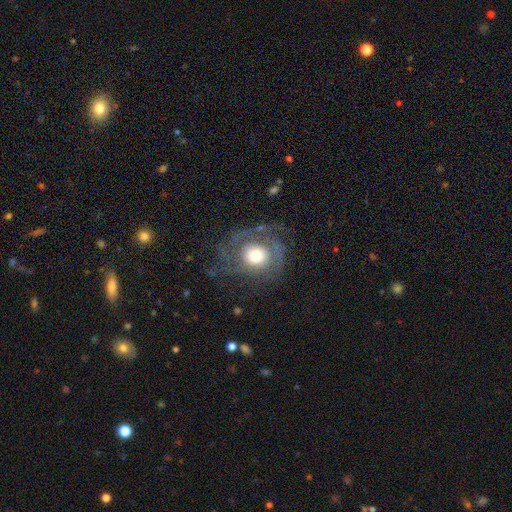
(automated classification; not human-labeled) Overall: featured or disk (58%; smooth 33%). Edge-on disk: no (97%). Bar: no (84%). Spiral arms: yes (71%). Bulge size: moderate (46%; large 36%). Merging: none (60%; major disturbance 21%).